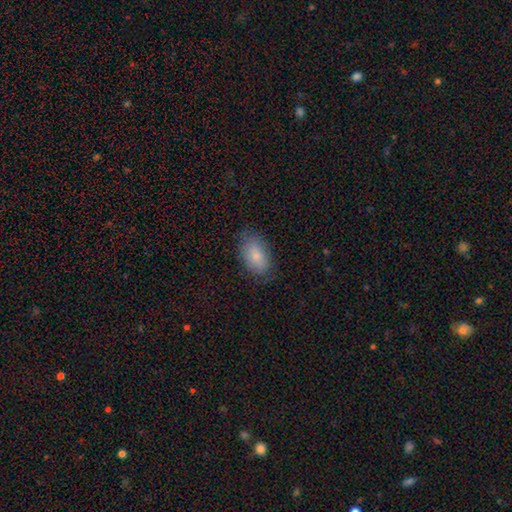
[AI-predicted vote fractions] smooth_or_featured: smooth (p=0.83) [alt: featured or disk p=0.10]
how_rounded: in between (p=0.93) [alt: round p=0.05]
merging: none (p=0.80) [alt: minor disturbance p=0.16]